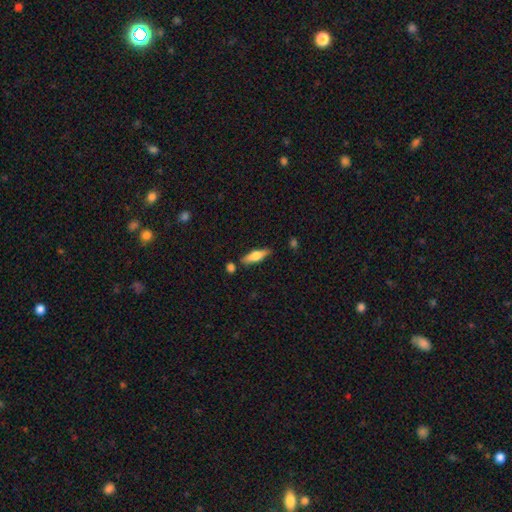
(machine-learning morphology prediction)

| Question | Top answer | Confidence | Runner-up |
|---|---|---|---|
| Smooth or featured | smooth | 53% | featured or disk (41%) |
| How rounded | cigar-shaped | 57% | in between (40%) |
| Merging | none | 81% | minor disturbance (12%) |